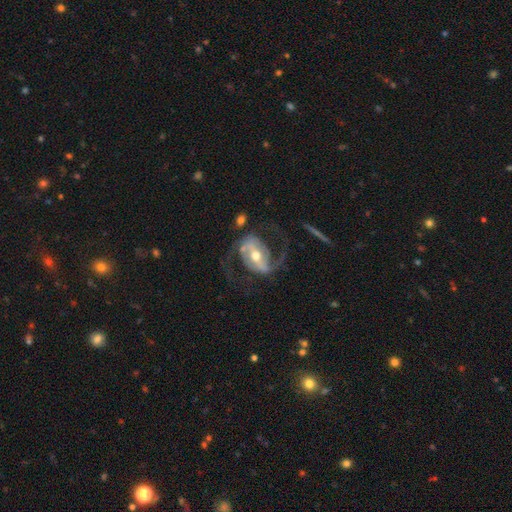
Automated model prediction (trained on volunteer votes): This appears to be a featured or disk galaxy (89%) with a strong bar (56%), 2 (92%) medium (45%, tied with loose) spiral arms (95%) and a moderate central bulge (70%). Merging: none (68%).